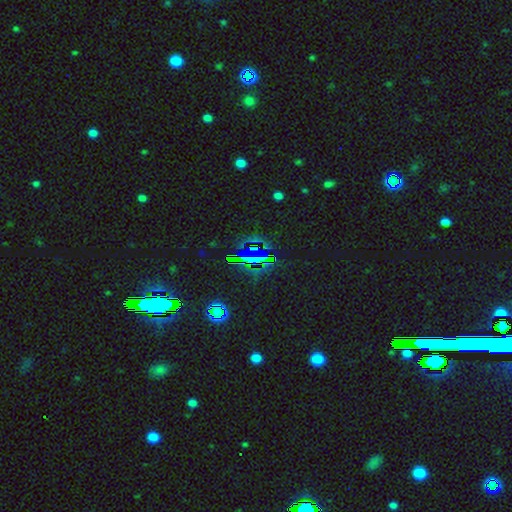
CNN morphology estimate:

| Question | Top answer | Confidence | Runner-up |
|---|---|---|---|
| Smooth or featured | star or artifact | 79% | smooth (11%) |